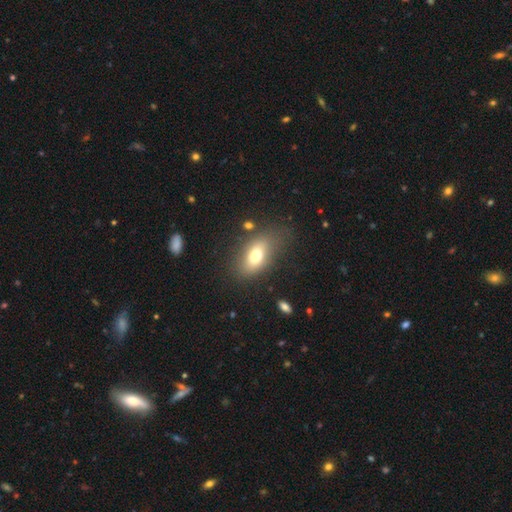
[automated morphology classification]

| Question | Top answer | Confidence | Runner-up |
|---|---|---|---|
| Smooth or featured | smooth | 71% | featured or disk (20%) |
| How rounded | in between | 85% | round (10%) |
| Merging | none | 70% | minor disturbance (18%) |